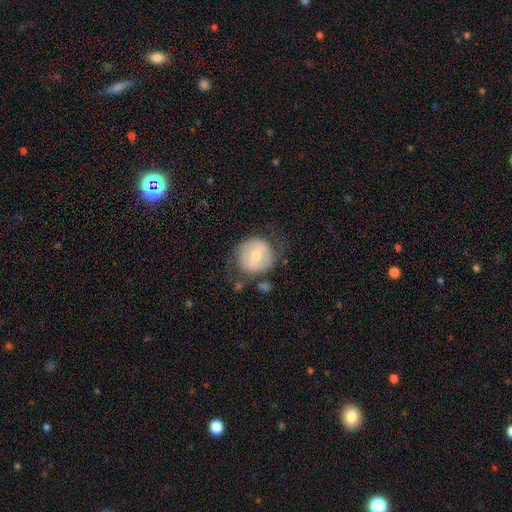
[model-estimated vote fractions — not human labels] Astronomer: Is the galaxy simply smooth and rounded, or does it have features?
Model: featured or disk — 52% (runner-up: smooth, 42%).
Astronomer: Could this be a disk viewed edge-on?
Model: no — 96%.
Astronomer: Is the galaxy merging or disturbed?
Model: none — 60%.